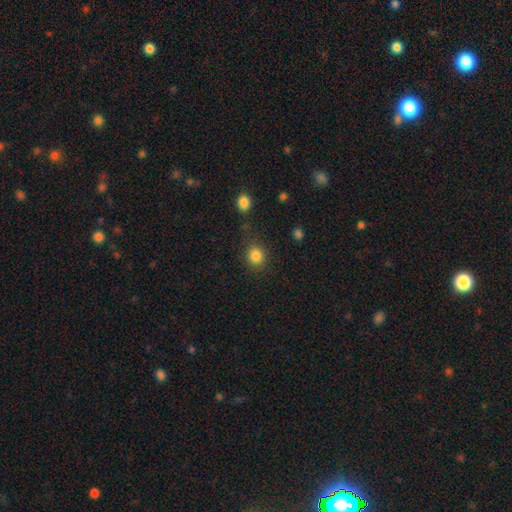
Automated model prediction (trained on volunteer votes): smooth 85%, star or artifact 11%, featured or disk 5%. Down the decision tree: how rounded — round (81%); merging — none (82%).